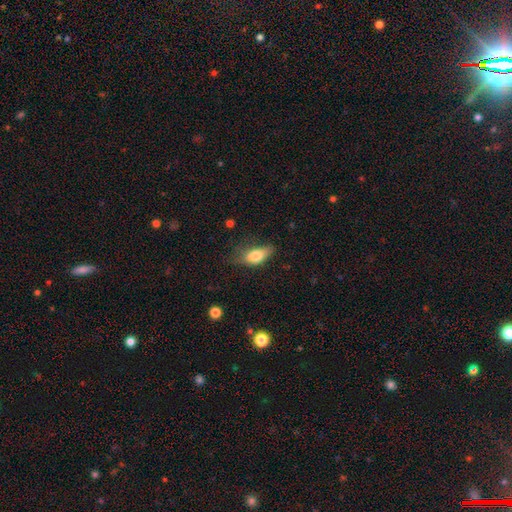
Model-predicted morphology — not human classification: Smooth or featured? Predicted: smooth (p=0.77). How rounded? Predicted: in between (p=0.84). Merging? Predicted: none (p=0.44).